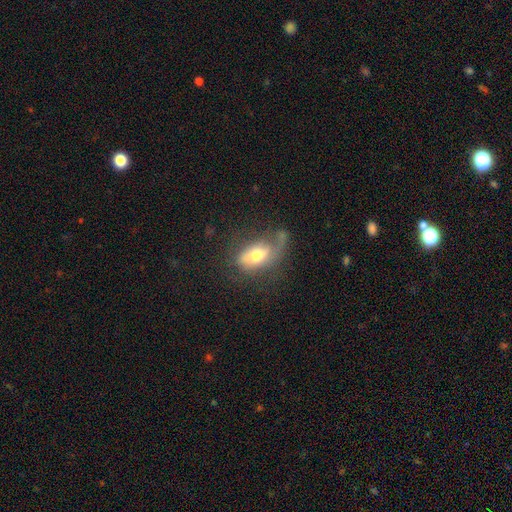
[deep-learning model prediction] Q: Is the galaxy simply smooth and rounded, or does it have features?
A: smooth — 53%.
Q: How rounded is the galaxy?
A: in between — 86%.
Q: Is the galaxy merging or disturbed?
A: none — 36%.